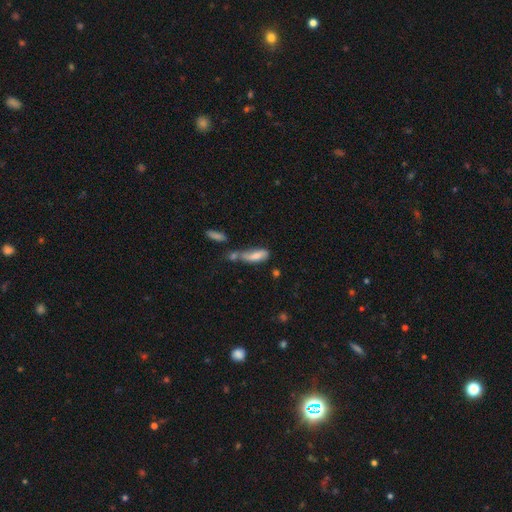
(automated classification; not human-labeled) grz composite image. It shows a smooth galaxy with no disk features (68%) that is in between round and cigar-shaped (65%). Merging: merger (46%).